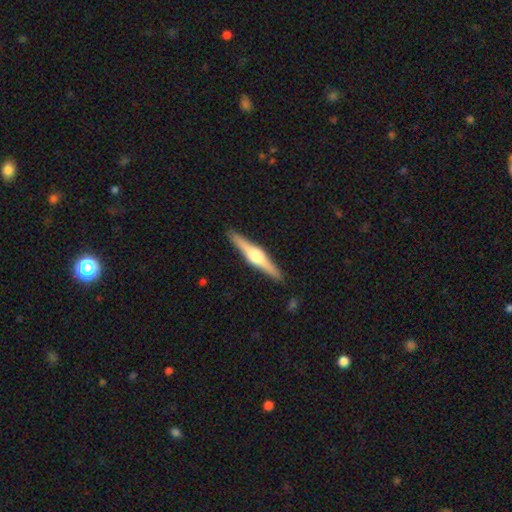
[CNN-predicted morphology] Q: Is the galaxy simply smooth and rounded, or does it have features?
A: featured or disk — 77%.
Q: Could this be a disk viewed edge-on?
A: yes — 98%.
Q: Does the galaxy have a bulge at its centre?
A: rounded — 94%.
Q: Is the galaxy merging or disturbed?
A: none — 91%.